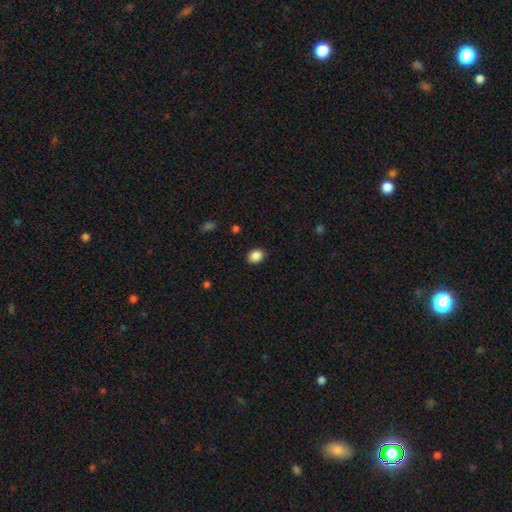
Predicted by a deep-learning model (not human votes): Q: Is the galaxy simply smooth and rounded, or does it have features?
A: smooth — 87%.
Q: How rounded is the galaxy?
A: round — 54%.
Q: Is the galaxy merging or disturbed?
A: none — 90%.